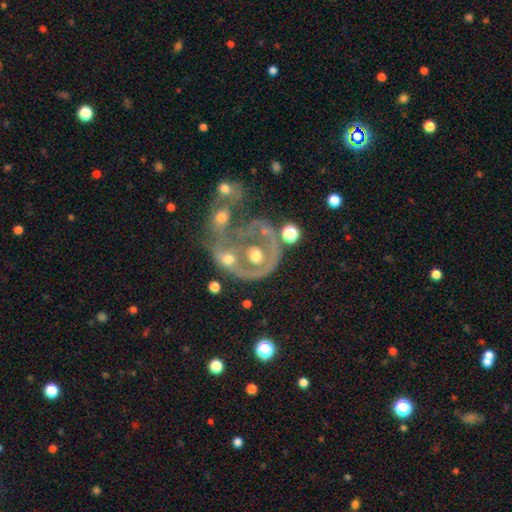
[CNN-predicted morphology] featured or disk 62%, smooth 27%, star or artifact 10%. Down the decision tree: edge-on disk — no (97%); bar — no (88%); spiral arms — no (76%); bulge size — moderate (60%); merging — merger (52%).